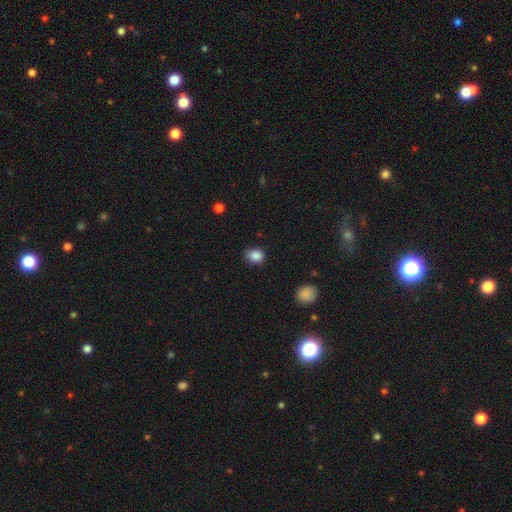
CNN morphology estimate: Q: Smooth or featured?
A: smooth (86%); runner-up: star or artifact (10%)
Q: How rounded?
A: round (50%); runner-up: in between (49%)
Q: Merging?
A: none (75%); runner-up: minor disturbance (20%)